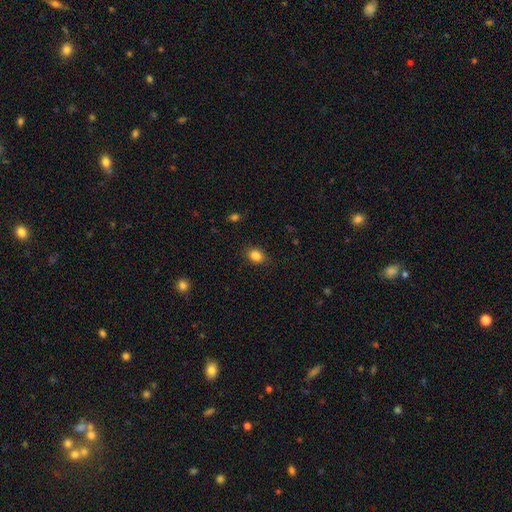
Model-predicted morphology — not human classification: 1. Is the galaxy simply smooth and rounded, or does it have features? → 86% smooth, 10% star or artifact, 4% featured or disk.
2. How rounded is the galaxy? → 69% in between, 30% round, 1% cigar-shaped.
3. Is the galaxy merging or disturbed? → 85% none, 11% minor disturbance, 3% major disturbance, 1% merger.